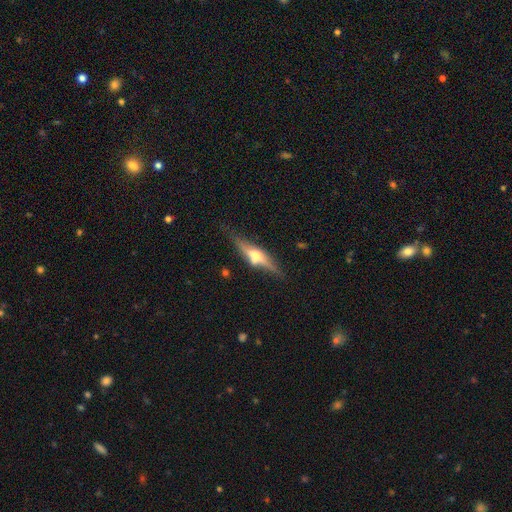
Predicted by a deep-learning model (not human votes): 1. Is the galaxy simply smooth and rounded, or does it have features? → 70% featured or disk, 24% smooth, 7% star or artifact.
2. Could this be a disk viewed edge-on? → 93% yes, 7% no.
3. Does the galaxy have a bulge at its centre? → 88% rounded, 7% boxy, 4% none.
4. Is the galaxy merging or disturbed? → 73% none, 17% minor disturbance, 6% merger, 5% major disturbance.